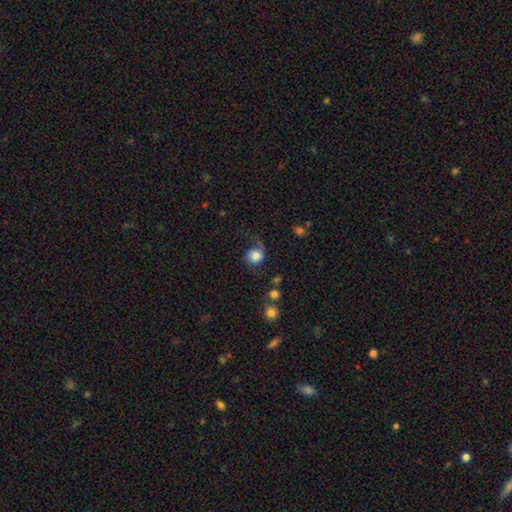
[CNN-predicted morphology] smooth-or-featured: smooth: 70% | featured or disk: 21% | star or artifact: 9%
  how-rounded: round: 70% | in between: 30% | cigar-shaped: 1%
  merging: none: 38% | major disturbance: 33% | minor disturbance: 25% | merger: 4%